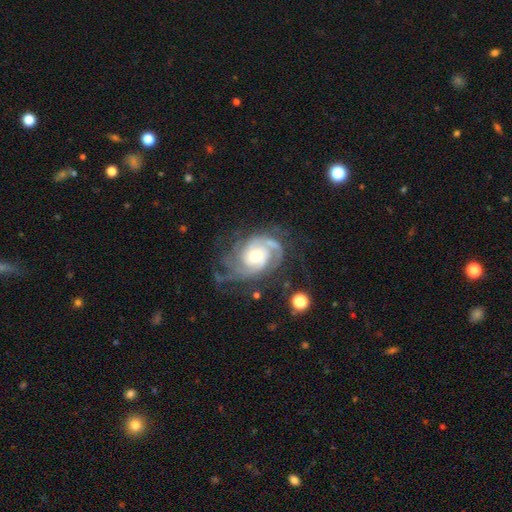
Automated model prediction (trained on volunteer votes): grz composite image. It shows a featured or disk galaxy (90%) with no bar (69%), 2 (39%) tight (57%) spiral arms (97%) and a moderate central bulge (64%). Merging: none (60%).